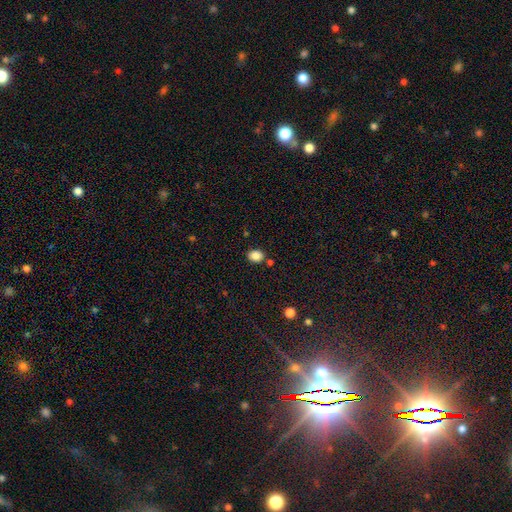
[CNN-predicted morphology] smooth_or_featured: smooth (p=0.86) [alt: star or artifact p=0.10]
how_rounded: in between (p=0.53) [alt: round p=0.46]
merging: none (p=0.80) [alt: minor disturbance p=0.11]